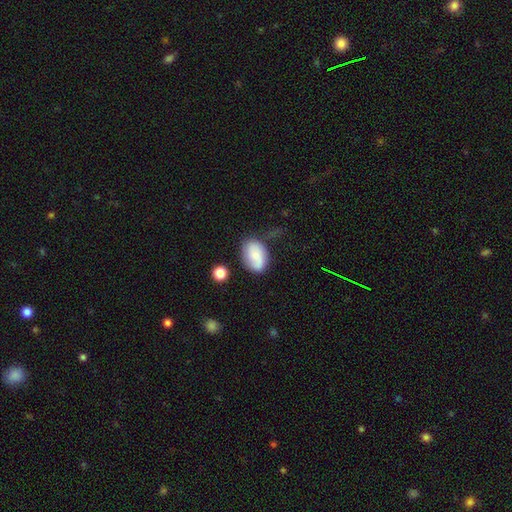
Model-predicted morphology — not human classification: type=smooth (67%); roundness=in between (83%); merging=none (58%).